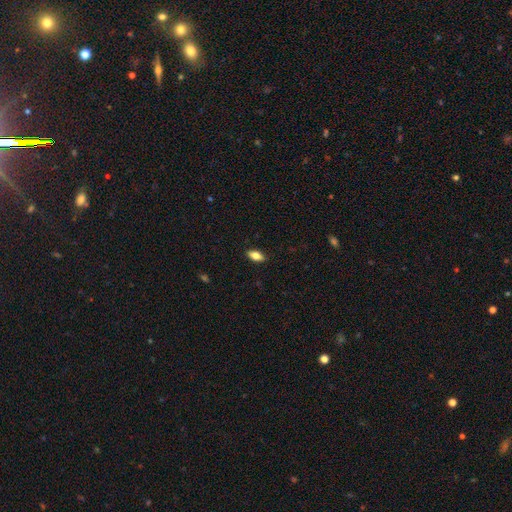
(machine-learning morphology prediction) This appears to be a smooth galaxy with no disk features (75%) that is in between round and cigar-shaped (86%). Merging: none (89%).